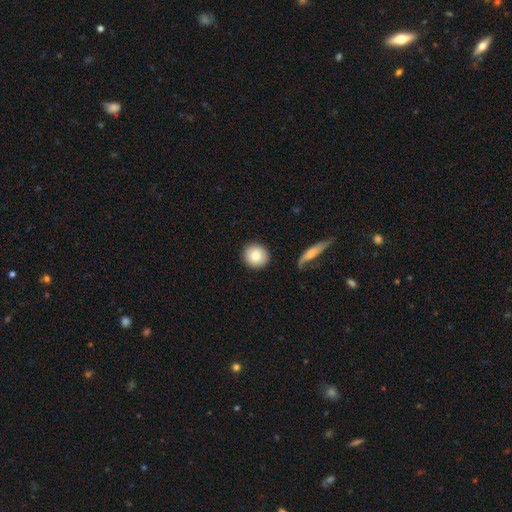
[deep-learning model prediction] Q: Smooth or featured?
A: smooth (83%); runner-up: featured or disk (10%)
Q: How rounded?
A: round (89%); runner-up: in between (10%)
Q: Merging?
A: none (89%); runner-up: minor disturbance (7%)